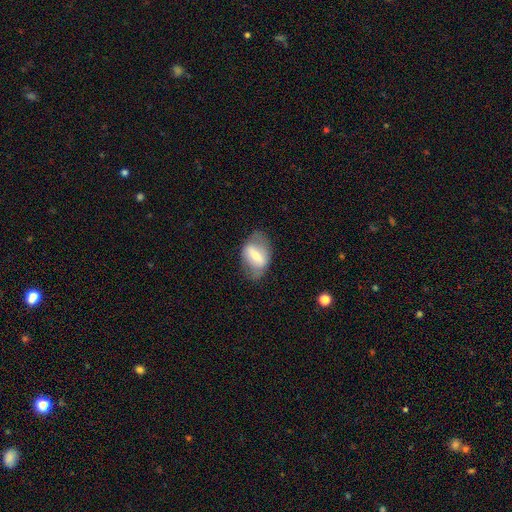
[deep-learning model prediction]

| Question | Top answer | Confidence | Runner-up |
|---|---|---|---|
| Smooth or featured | featured or disk | 53% | smooth (40%) |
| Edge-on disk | no | 88% | yes (12%) |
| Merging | none | 65% | minor disturbance (22%) |